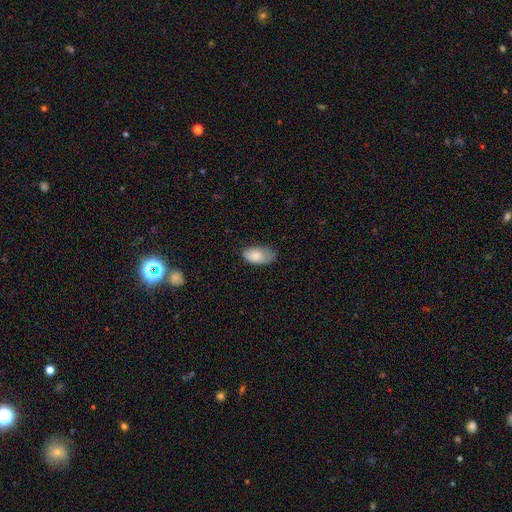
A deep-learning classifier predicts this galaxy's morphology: Smooth or featured: smooth — 81% (featured or disk — 13%)
How rounded: in between — 94% (round — 4%)
Merging: none — 53% (minor disturbance — 34%)